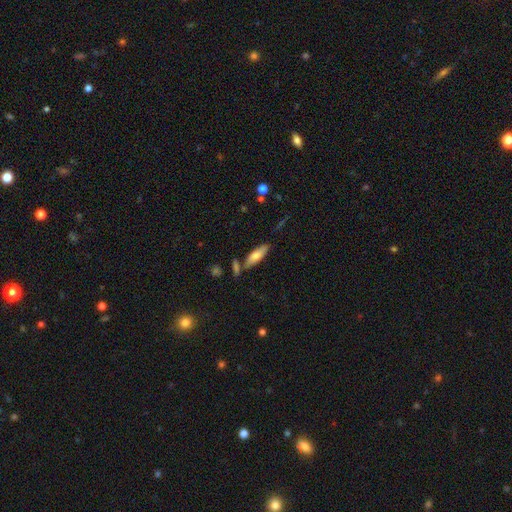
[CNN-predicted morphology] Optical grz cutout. It shows a smooth galaxy with no disk features (68%) that is in between round and cigar-shaped (49%, tied with cigar-shaped). Merging: none (72%).